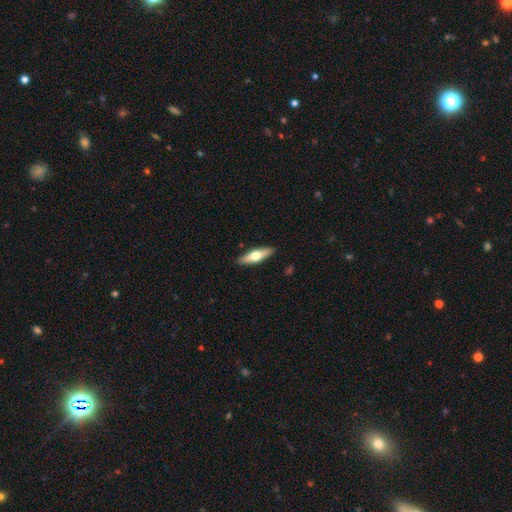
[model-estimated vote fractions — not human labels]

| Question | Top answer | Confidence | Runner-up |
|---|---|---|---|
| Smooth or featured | smooth | 48% | featured or disk (47%) |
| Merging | none | 89% | minor disturbance (8%) |